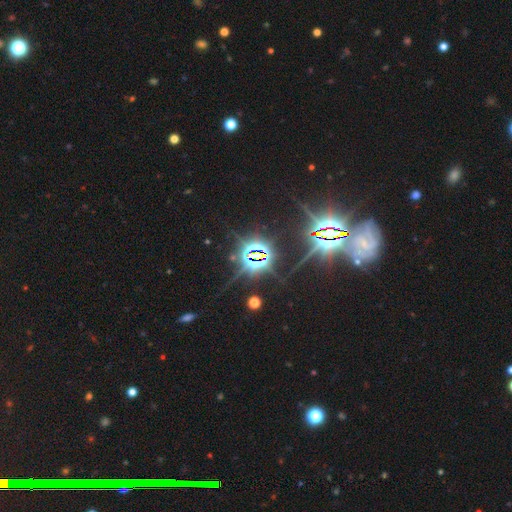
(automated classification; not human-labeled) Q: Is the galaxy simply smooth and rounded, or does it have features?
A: star or artifact — 84%.